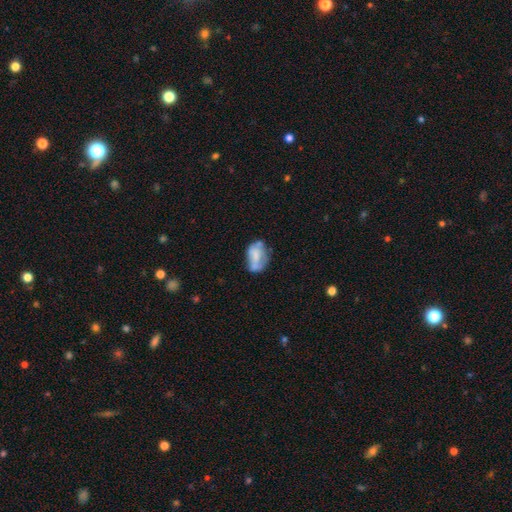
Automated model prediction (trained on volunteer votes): This is possibly a smooth galaxy (52%). How rounded: clearly in between (86%). Merging: marginally none (35%).